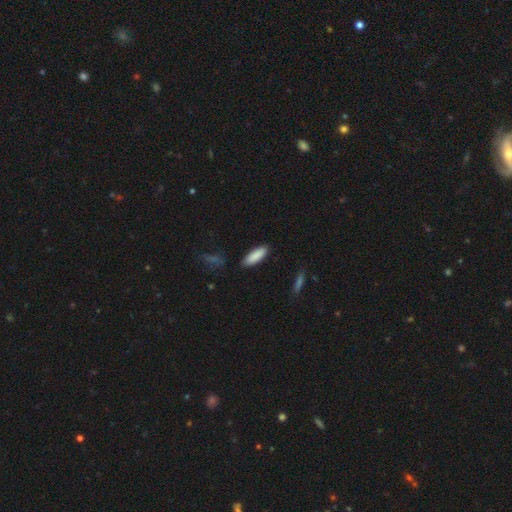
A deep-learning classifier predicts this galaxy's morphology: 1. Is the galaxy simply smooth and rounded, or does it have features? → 88% smooth, 6% star or artifact, 6% featured or disk.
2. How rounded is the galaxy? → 53% in between, 46% cigar-shaped, 1% round.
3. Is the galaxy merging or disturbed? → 87% none, 9% minor disturbance, 2% major disturbance, 2% merger.